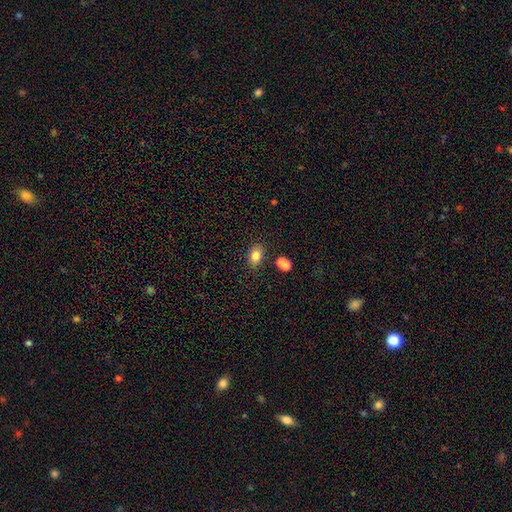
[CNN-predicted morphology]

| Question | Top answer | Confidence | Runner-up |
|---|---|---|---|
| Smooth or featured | smooth | 81% | star or artifact (10%) |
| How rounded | in between | 72% | round (26%) |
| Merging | none | 73% | minor disturbance (12%) |